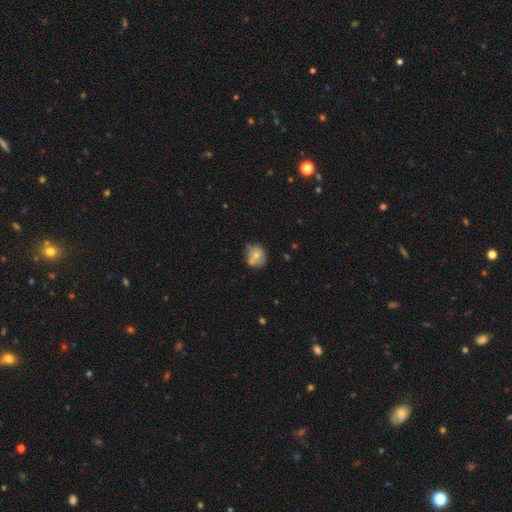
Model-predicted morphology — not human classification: Smooth or featured?
  - smooth: 61% *
  - featured or disk: 31%
  - star or artifact: 9%
How rounded?
  - round: 73% *
  - in between: 26%
  - cigar-shaped: 1%
Merging?
  - none: 58% *
  - minor disturbance: 23%
  - merger: 13%
  - major disturbance: 6%